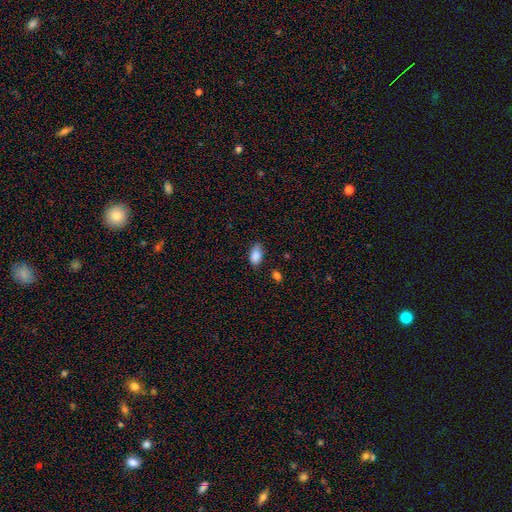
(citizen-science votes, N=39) Volunteers were most divided on "merging": none: 66%, minor disturbance: 26%, major disturbance: 5%, merger: 3%. More confident: smooth or featured — smooth (92%); how rounded — in between (92%).